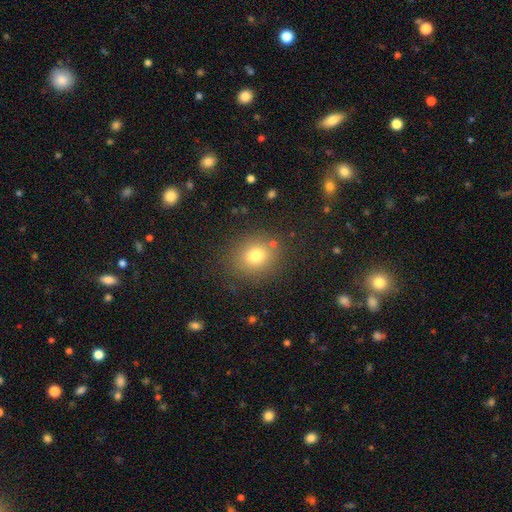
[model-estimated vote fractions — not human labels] smooth 76%, star or artifact 14%, featured or disk 10%. Down the decision tree: how rounded — round (71%); merging — none (84%).